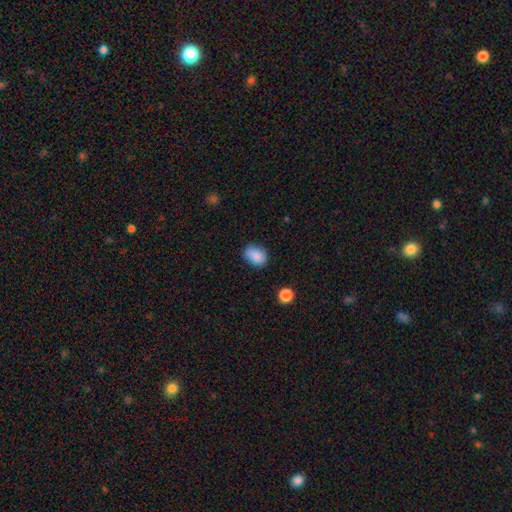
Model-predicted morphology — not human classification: Smooth or featured?
  - smooth: 87% *
  - star or artifact: 9%
  - featured or disk: 4%
How rounded?
  - in between: 74% *
  - round: 25%
  - cigar-shaped: 1%
Merging?
  - none: 74% *
  - minor disturbance: 20%
  - major disturbance: 4%
  - merger: 2%